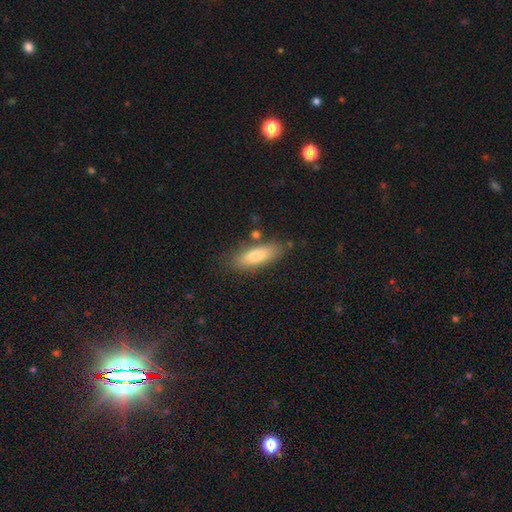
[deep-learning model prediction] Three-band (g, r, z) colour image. It shows a smooth galaxy with no disk features (76%) that is in between round and cigar-shaped (59%). Merging: none (79%).